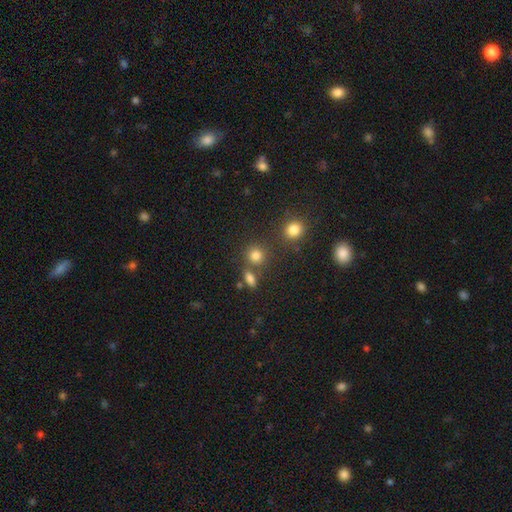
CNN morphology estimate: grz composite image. It shows a smooth galaxy with no disk features (79%) that is round (83%). Merging: none (69%).